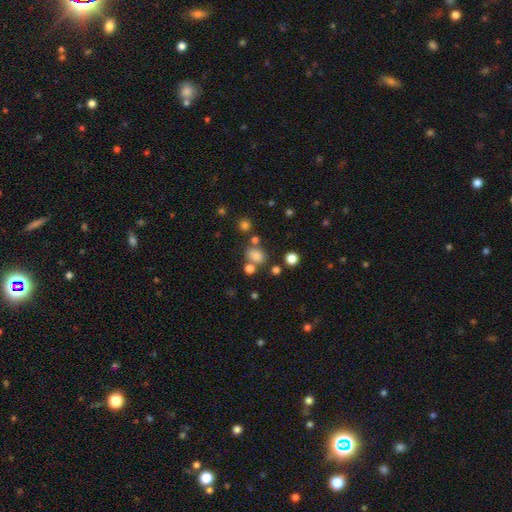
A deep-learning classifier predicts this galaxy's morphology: Smooth or featured? Predicted: smooth (p=0.77). How rounded? Predicted: in between (p=0.50). Merging? Predicted: none (p=0.65).